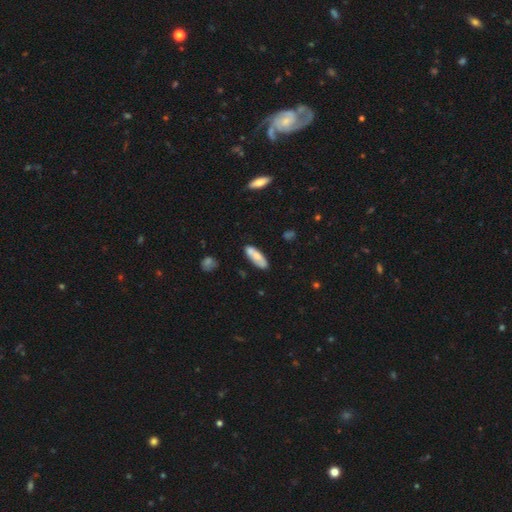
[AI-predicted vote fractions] smooth 65%, featured or disk 28%, star or artifact 6%. Down the decision tree: how rounded — in between (61%); merging — none (70%).